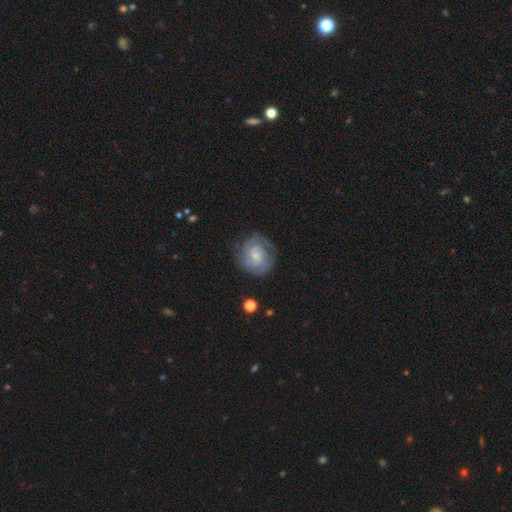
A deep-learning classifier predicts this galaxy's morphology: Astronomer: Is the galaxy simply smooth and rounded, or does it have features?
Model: featured or disk — 70%.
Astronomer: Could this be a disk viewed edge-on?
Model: no — 98%.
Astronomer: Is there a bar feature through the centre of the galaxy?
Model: no — 66%.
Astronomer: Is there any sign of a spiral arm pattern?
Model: yes — 91%.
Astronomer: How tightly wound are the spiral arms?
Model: tight — 60%.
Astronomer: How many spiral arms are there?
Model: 2 — 36% (runner-up: can't tell, 32%).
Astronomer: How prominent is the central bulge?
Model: small — 59%.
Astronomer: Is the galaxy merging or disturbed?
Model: none — 74%.